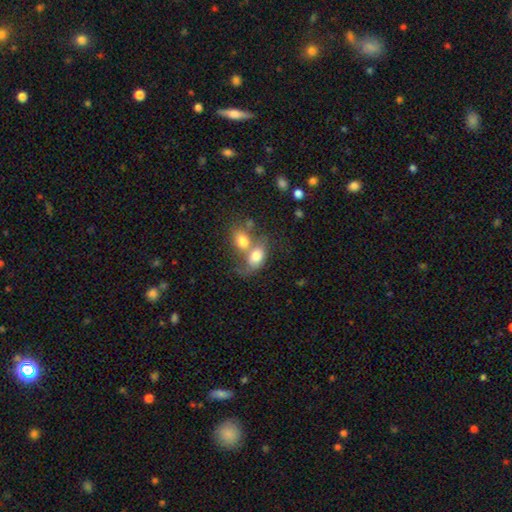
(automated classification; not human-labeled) Q: Smooth or featured?
A: smooth (75%); runner-up: featured or disk (17%)
Q: How rounded?
A: in between (81%); runner-up: round (16%)
Q: Merging?
A: merger (68%); runner-up: none (17%)